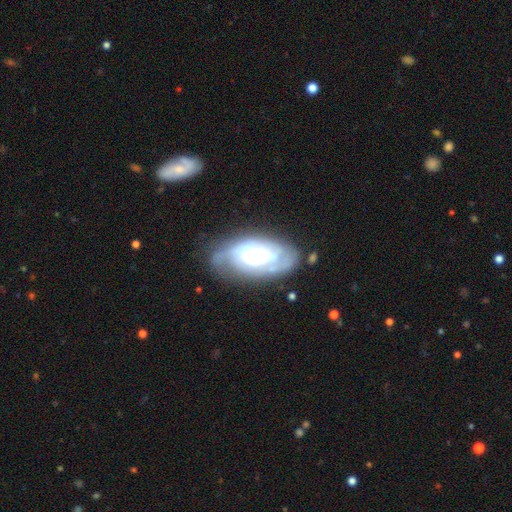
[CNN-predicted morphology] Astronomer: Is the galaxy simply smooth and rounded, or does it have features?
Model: featured or disk — 75%.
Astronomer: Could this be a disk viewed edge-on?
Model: no — 93%.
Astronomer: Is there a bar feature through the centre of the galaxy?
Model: no — 52% (runner-up: weak, 36%).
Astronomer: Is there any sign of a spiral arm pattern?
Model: yes — 84%.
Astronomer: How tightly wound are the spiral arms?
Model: tight — 59%.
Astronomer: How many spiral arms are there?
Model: can't tell — 45% (runner-up: 2, 32%).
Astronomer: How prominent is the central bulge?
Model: moderate — 52% (runner-up: small, 36%).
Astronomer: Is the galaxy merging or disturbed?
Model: none — 62%.